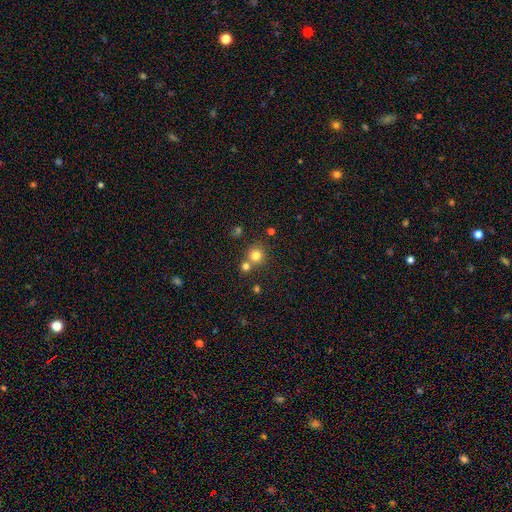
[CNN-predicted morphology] Smooth or featured?
  - smooth: 78% *
  - star or artifact: 15%
  - featured or disk: 8%
How rounded?
  - round: 92% *
  - in between: 7%
  - cigar-shaped: 1%
Merging?
  - none: 64% *
  - merger: 27%
  - minor disturbance: 7%
  - major disturbance: 2%